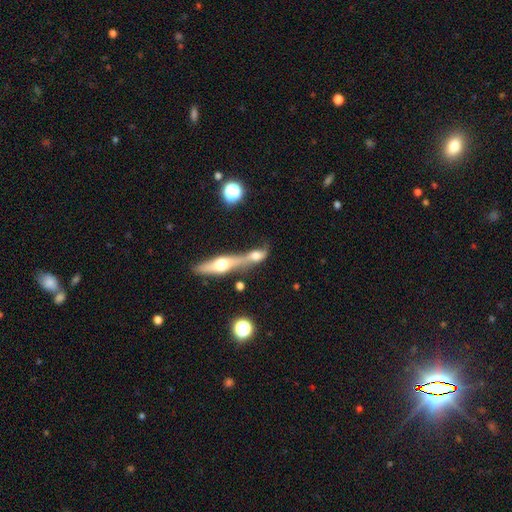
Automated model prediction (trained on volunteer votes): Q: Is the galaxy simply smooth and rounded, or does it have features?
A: smooth — 46%.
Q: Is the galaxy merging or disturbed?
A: merger — 55%.